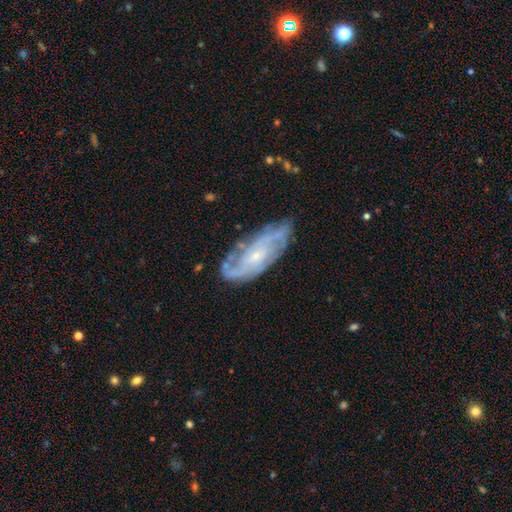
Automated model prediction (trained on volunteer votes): A featured or disk galaxy (83%) with no bar (62%), 2 (38%) tight (46%) spiral arms (94%) and a small central bulge (76%). Merging: none (72%).